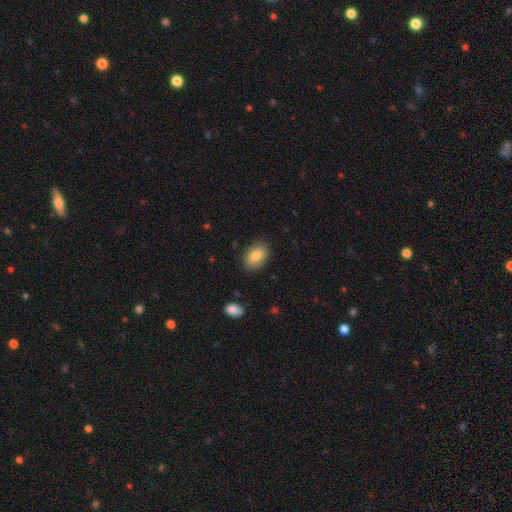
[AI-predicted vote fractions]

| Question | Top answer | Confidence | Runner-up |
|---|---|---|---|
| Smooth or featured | smooth | 82% | featured or disk (10%) |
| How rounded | in between | 84% | round (14%) |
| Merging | none | 85% | minor disturbance (11%) |